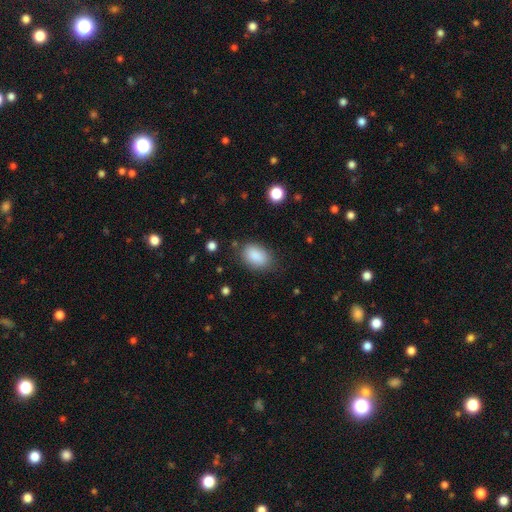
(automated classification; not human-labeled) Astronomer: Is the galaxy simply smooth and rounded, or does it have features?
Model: smooth — 88%.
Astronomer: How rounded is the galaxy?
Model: in between — 87%.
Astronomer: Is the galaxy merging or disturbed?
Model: none — 76%.